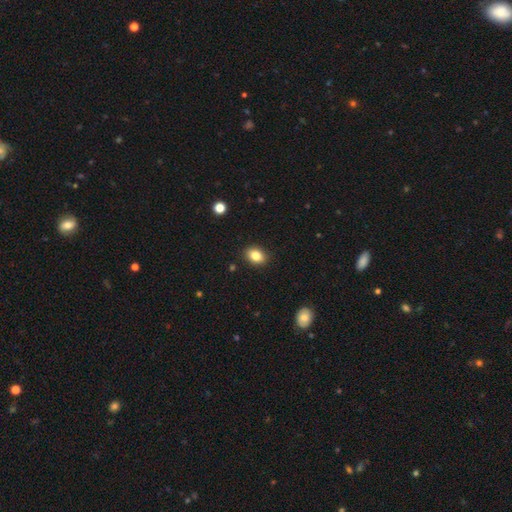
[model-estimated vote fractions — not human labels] This is clearly a smooth galaxy (84%). How rounded: likely in between (70%). Merging: clearly none (89%).